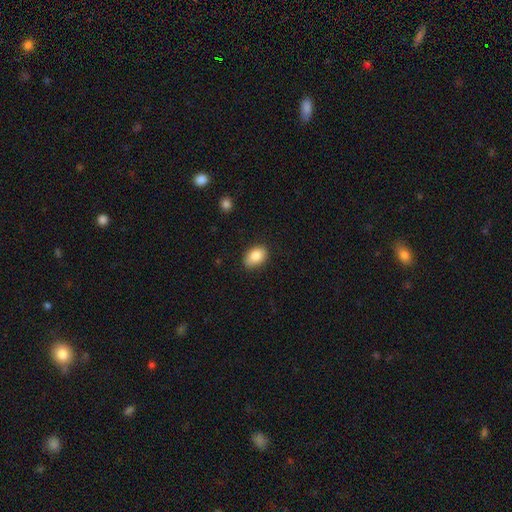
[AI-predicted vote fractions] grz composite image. It shows a smooth galaxy with no disk features (85%) that is in between round and cigar-shaped (84%). Merging: none (83%).